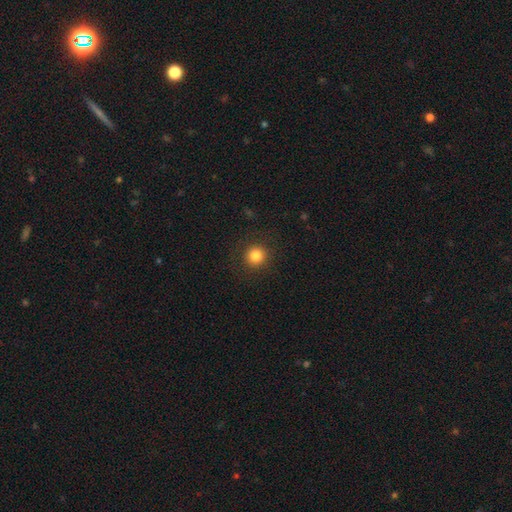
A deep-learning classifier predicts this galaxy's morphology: smooth-or-featured: smooth: 83% | star or artifact: 12% | featured or disk: 5%
  how-rounded: round: 94% | in between: 5% | cigar-shaped: 1%
  merging: none: 91% | minor disturbance: 6% | major disturbance: 3% | merger: 1%